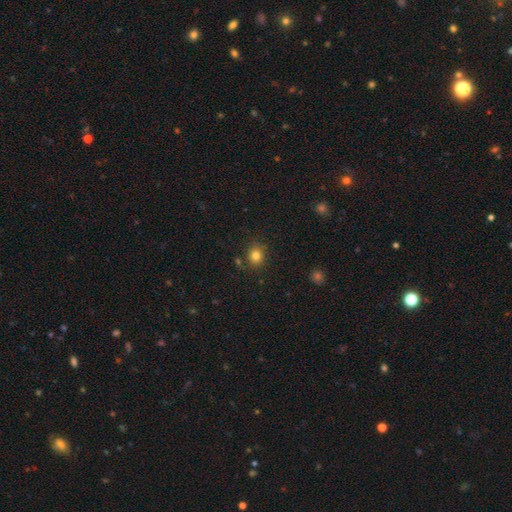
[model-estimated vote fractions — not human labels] smooth_or_featured: smooth (p=0.81) [alt: star or artifact p=0.13]
how_rounded: round (p=0.81) [alt: in between p=0.19]
merging: none (p=0.80) [alt: minor disturbance p=0.12]